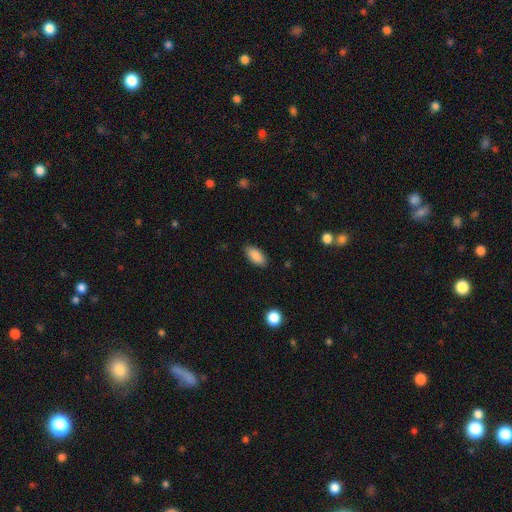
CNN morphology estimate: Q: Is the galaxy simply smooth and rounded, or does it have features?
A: smooth — 88%.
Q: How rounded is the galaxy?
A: in between — 89%.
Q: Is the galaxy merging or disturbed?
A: none — 87%.